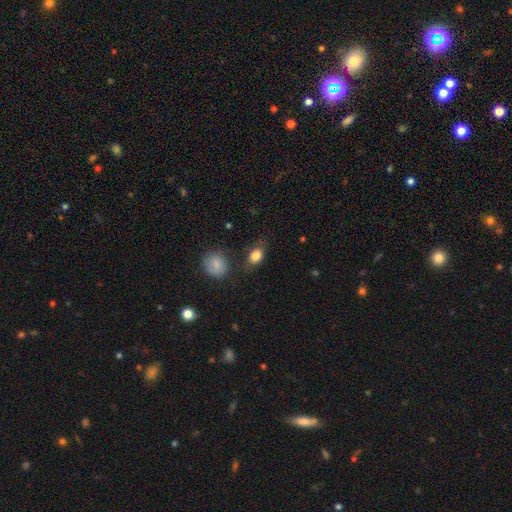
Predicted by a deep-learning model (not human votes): smooth_or_featured: smooth (p=0.83) [alt: star or artifact p=0.09]
how_rounded: in between (p=0.75) [alt: round p=0.22]
merging: none (p=0.74) [alt: minor disturbance p=0.17]